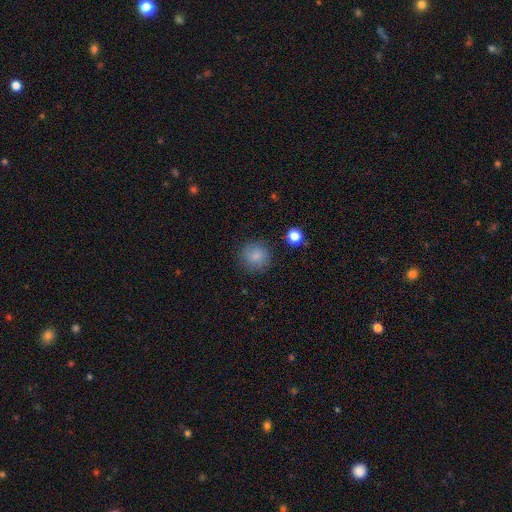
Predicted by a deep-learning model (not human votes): Smooth or featured? Predicted: smooth (p=0.80). How rounded? Predicted: round (p=0.92). Merging? Predicted: none (p=0.84).